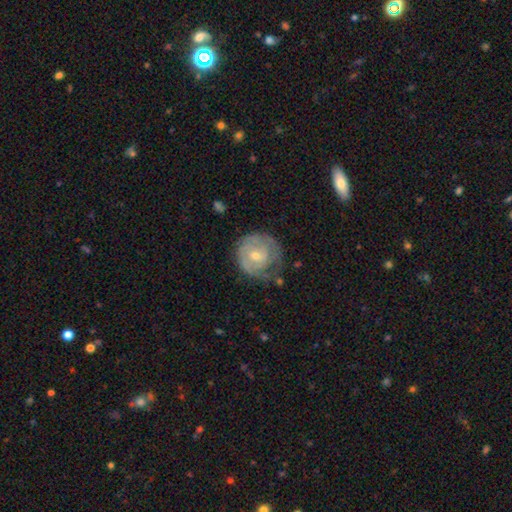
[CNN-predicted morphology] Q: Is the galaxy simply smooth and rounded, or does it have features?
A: featured or disk — 68%.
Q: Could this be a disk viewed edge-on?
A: no — 97%.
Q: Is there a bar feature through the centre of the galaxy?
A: no — 65%.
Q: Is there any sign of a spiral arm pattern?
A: yes — 80%.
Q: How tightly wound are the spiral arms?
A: tight — 68%.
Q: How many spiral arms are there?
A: can't tell — 43%.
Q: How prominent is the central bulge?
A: small — 52%.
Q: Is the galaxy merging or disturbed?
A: none — 61%.